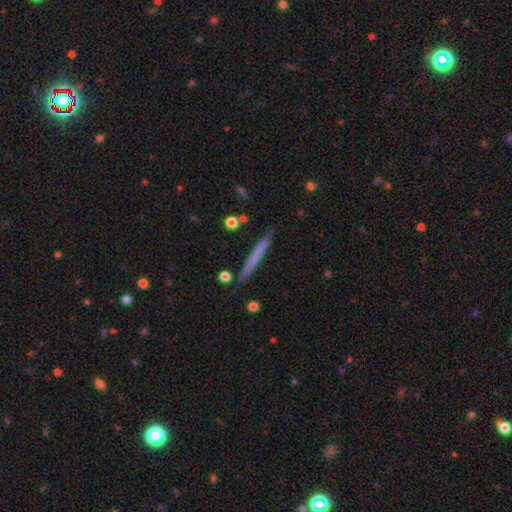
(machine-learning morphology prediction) Smooth or featured? smooth (60%)
How rounded? cigar-shaped (96%)
Merging? none (87%)